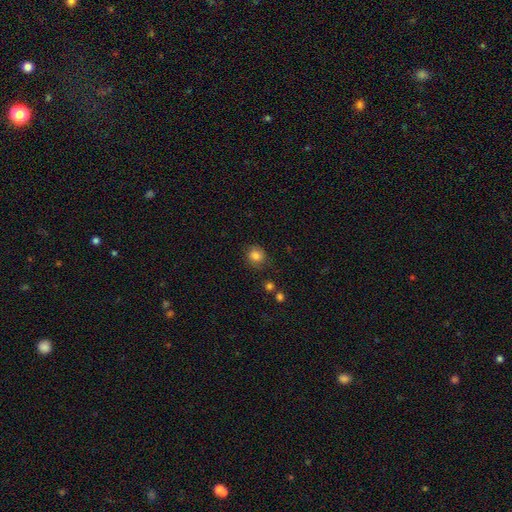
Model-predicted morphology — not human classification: smooth-or-featured: smooth: 82% | star or artifact: 11% | featured or disk: 7%
  how-rounded: round: 81% | in between: 18% | cigar-shaped: 1%
  merging: none: 81% | minor disturbance: 13% | major disturbance: 4% | merger: 2%